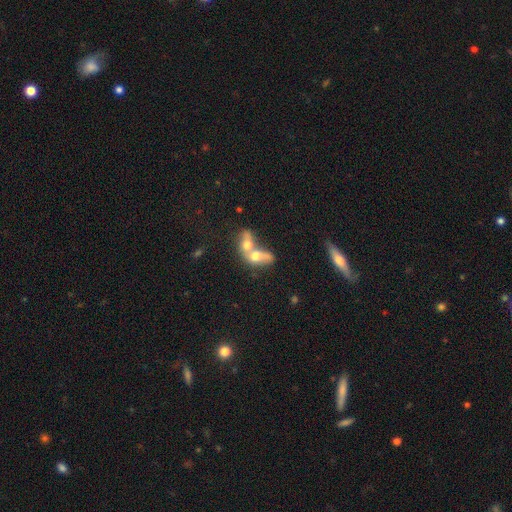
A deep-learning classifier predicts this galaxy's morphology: Smooth or featured? Predicted: smooth (p=0.61). How rounded? Predicted: in between (p=0.67). Merging? Predicted: merger (p=0.82).